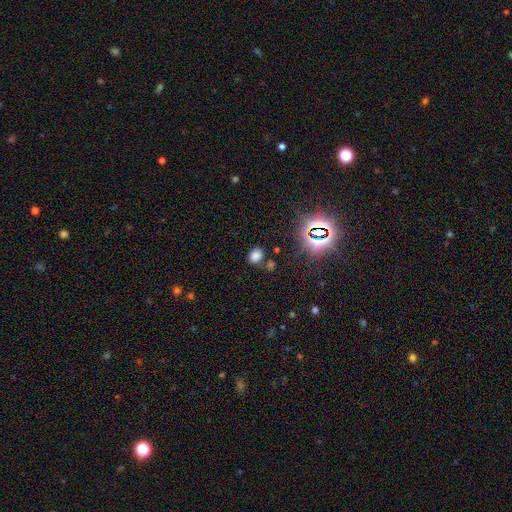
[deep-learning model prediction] Smooth or featured? smooth (68%)
How rounded? round (55%)
Merging? none (79%)